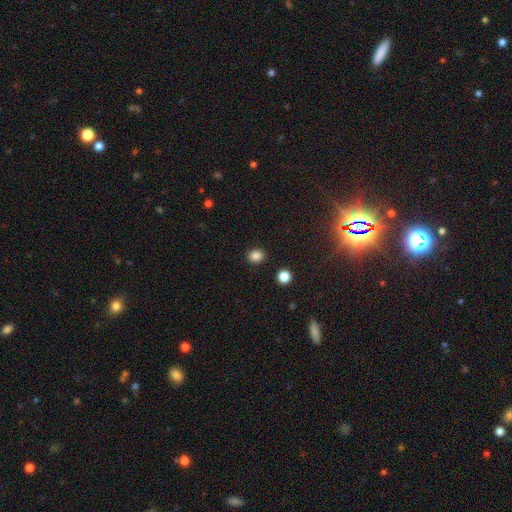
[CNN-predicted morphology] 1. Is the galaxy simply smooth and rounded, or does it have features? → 85% smooth, 11% star or artifact, 3% featured or disk.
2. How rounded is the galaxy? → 63% round, 36% in between, 1% cigar-shaped.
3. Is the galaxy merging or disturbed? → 90% none, 6% minor disturbance, 2% major disturbance, 2% merger.